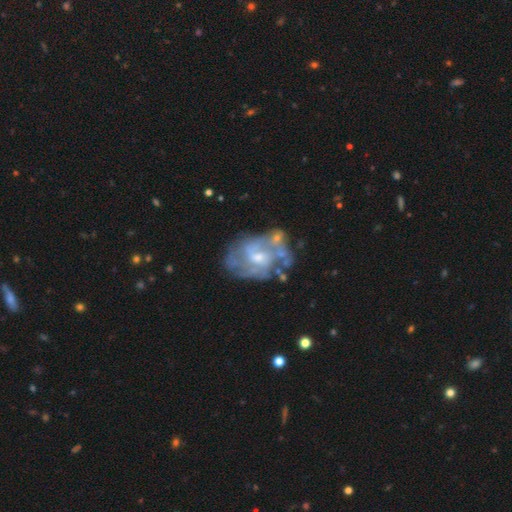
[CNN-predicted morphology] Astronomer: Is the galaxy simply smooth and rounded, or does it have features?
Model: featured or disk — 77%.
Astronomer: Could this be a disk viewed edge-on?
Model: no — 97%.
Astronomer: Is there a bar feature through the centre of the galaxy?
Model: no — 46% (runner-up: weak, 44%).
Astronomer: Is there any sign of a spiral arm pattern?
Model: yes — 75%.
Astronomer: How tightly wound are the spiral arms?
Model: medium — 42% (runner-up: tight, 37%).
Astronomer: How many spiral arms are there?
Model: can't tell — 43% (runner-up: 2, 26%).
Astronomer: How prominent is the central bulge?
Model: moderate — 47% (runner-up: small, 43%).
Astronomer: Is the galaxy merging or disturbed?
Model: none — 57%.